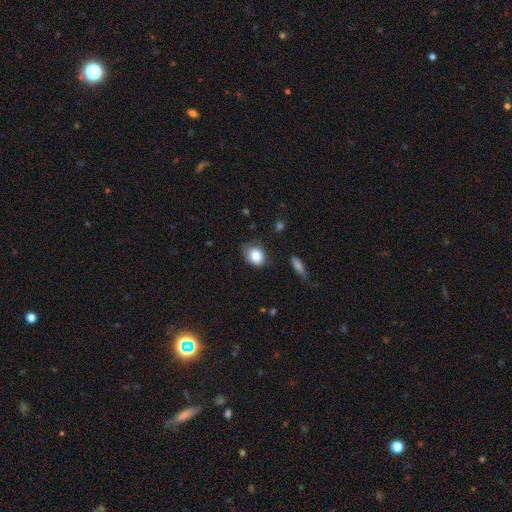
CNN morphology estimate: This appears to be a smooth galaxy with no disk features (84%) that is in between round and cigar-shaped (57%). Merging: none (62%).